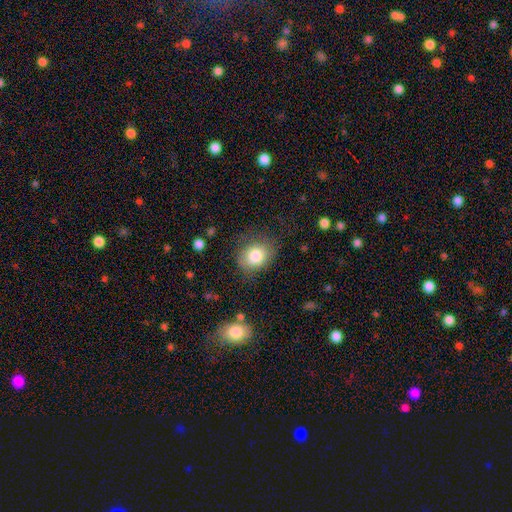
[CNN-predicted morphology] smooth-or-featured: smooth: 81% | featured or disk: 11% | star or artifact: 9%
  how-rounded: round: 52% | in between: 47% | cigar-shaped: 1%
  merging: none: 72% | minor disturbance: 19% | major disturbance: 7% | merger: 2%